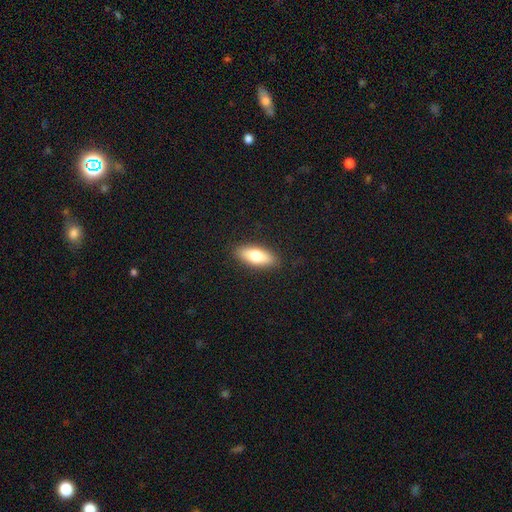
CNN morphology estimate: This is likely a smooth galaxy (74%). How rounded: likely in between (73%). Merging: clearly none (89%).